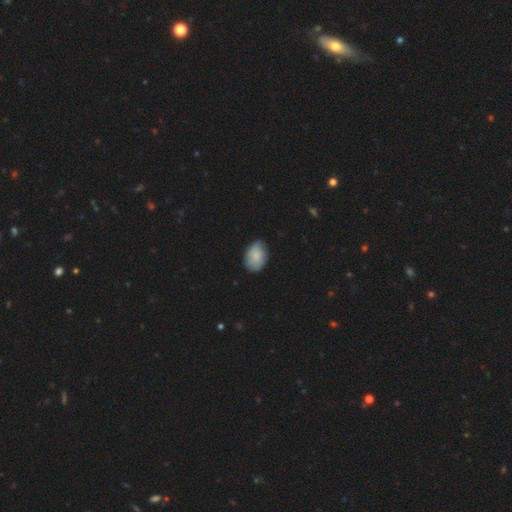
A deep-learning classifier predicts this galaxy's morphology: Q: Smooth or featured?
A: smooth (84%); runner-up: featured or disk (9%)
Q: How rounded?
A: in between (83%); runner-up: round (16%)
Q: Merging?
A: none (77%); runner-up: minor disturbance (19%)